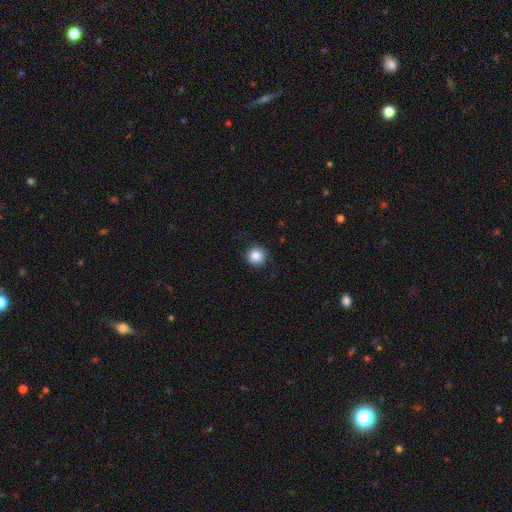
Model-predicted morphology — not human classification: This appears to be a smooth galaxy with no disk features (86%) that is round (95%). Merging: none (90%).